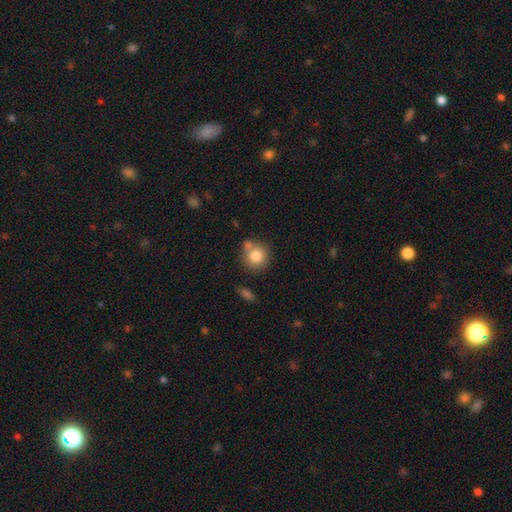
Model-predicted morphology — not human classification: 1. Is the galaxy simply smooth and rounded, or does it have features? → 81% smooth, 10% featured or disk, 9% star or artifact.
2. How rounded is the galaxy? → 90% round, 9% in between, 1% cigar-shaped.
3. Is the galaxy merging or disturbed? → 66% none, 19% merger, 12% minor disturbance, 3% major disturbance.